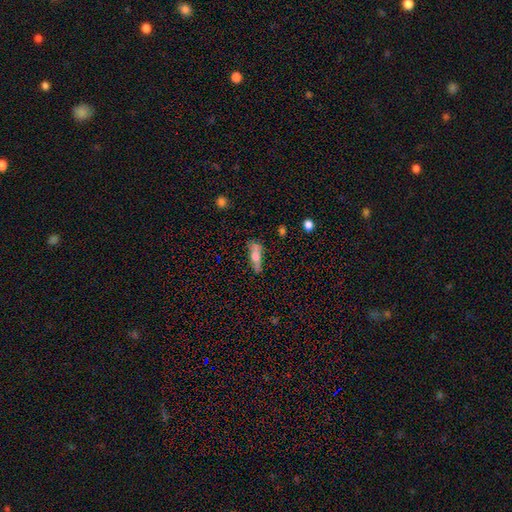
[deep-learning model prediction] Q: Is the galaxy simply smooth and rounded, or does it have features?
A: smooth — 61%.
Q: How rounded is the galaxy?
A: cigar-shaped — 60%.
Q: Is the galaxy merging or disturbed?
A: none — 64%.